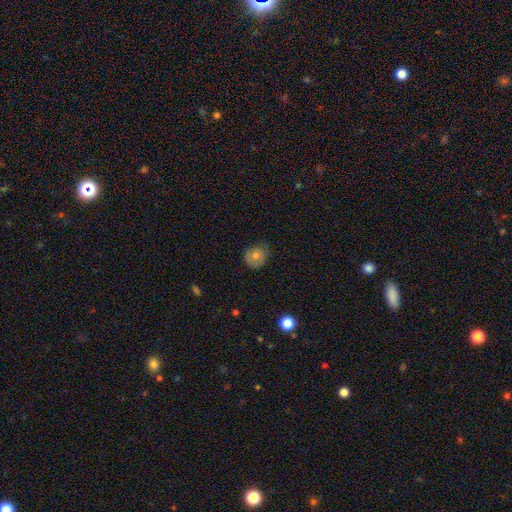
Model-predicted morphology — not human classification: This is likely a smooth galaxy (66%). How rounded: clearly round (80%). Merging: likely none (72%).